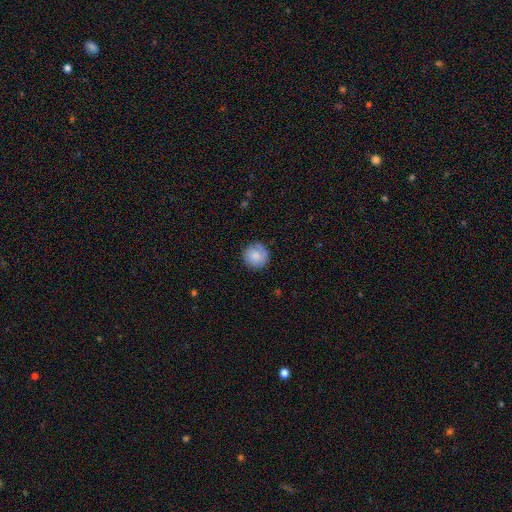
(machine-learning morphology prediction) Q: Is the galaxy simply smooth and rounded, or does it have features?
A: smooth — 75%.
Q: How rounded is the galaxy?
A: round — 93%.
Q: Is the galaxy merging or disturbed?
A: none — 80%.